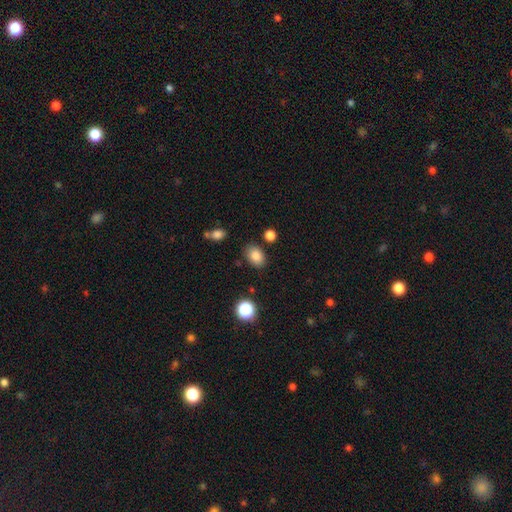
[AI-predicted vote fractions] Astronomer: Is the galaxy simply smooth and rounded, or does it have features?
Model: smooth — 84%.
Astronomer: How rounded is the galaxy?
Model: in between — 79%.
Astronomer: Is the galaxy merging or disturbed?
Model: none — 81%.